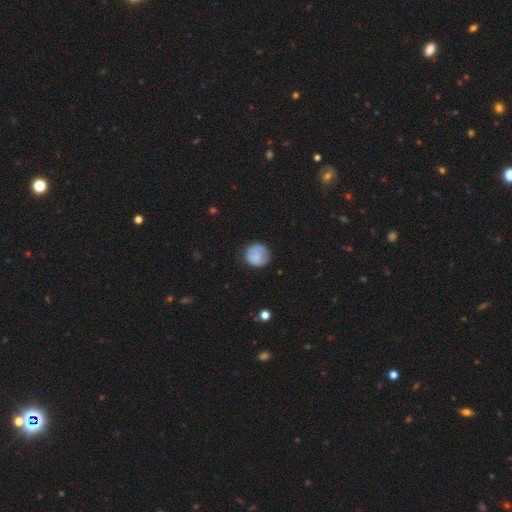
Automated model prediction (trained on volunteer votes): Smooth or featured: smooth — 78% (featured or disk — 15%)
How rounded: round — 91% (in between — 8%)
Merging: none — 78% (minor disturbance — 17%)